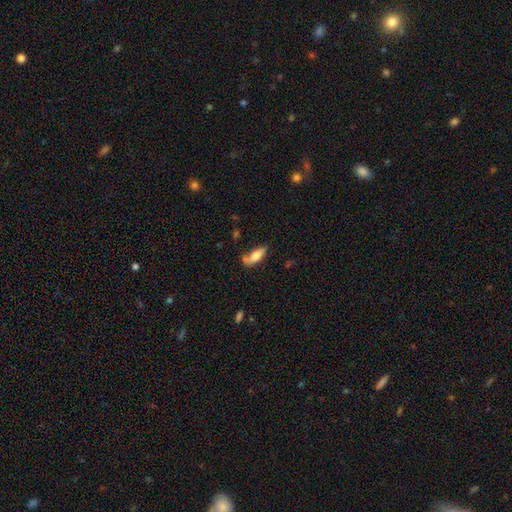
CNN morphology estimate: A smooth galaxy with no disk features (71%) that is in between round and cigar-shaped (65%). Merging: none (56%).